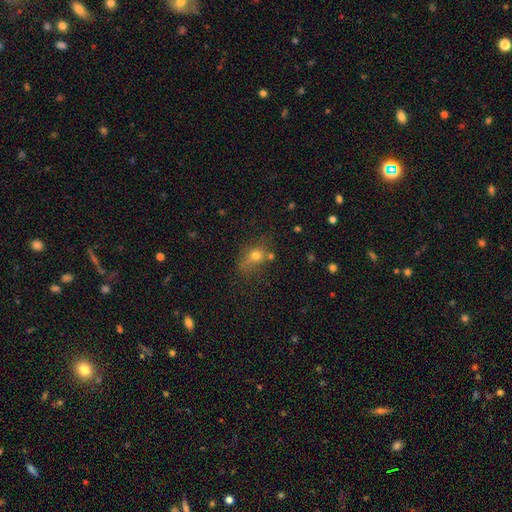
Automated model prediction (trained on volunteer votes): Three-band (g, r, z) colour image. It shows a smooth galaxy with no disk features (66%) that is in between round and cigar-shaped (50%). Merging: none (47%).